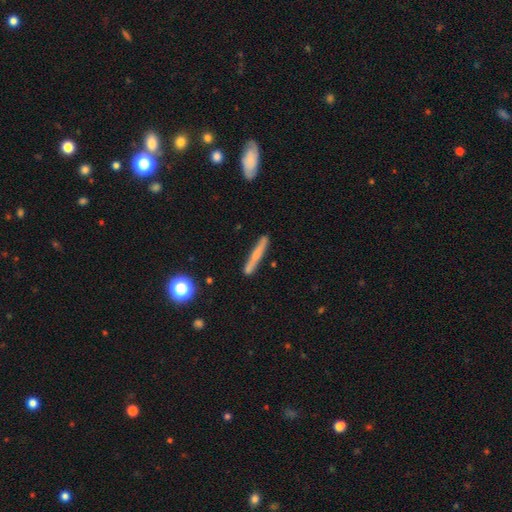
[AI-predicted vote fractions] smooth 56%, featured or disk 35%, star or artifact 9%. Down the decision tree: how rounded — cigar-shaped (94%); merging — none (83%).